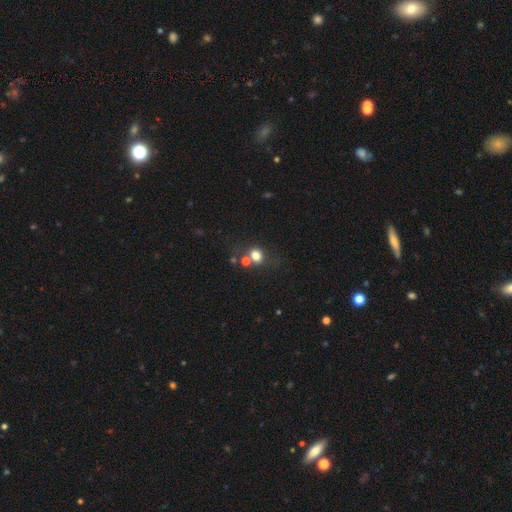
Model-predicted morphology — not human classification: smooth-or-featured: smooth: 75% | star or artifact: 15% | featured or disk: 10%
  how-rounded: round: 67% | in between: 32% | cigar-shaped: 1%
  merging: none: 55% | merger: 26% | minor disturbance: 12% | major disturbance: 7%